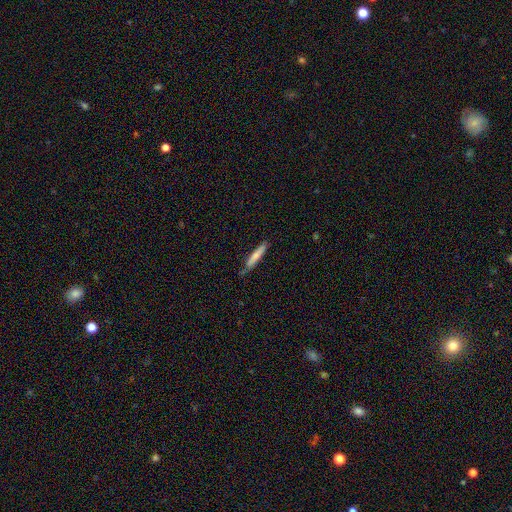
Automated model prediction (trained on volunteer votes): Smooth or featured?
  - smooth: 72% *
  - featured or disk: 22%
  - star or artifact: 6%
How rounded?
  - cigar-shaped: 91% *
  - in between: 7%
  - round: 1%
Merging?
  - none: 77% *
  - minor disturbance: 18%
  - major disturbance: 3%
  - merger: 3%